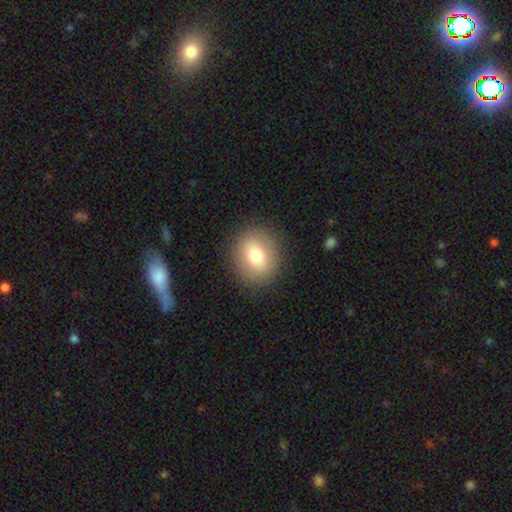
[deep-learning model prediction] smooth_or_featured: smooth (p=0.75) [alt: featured or disk p=0.16]
how_rounded: round (p=0.72) [alt: in between p=0.27]
merging: none (p=0.88) [alt: minor disturbance p=0.08]